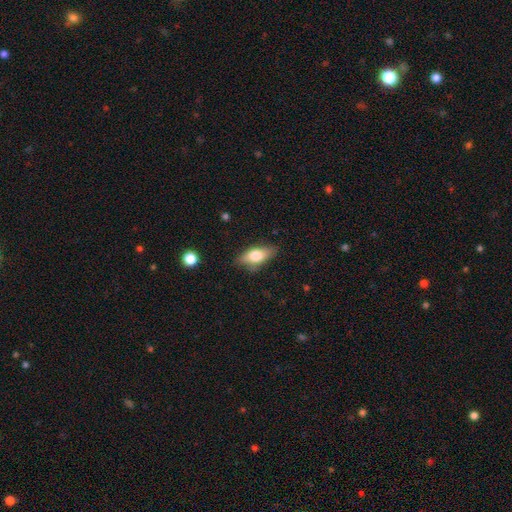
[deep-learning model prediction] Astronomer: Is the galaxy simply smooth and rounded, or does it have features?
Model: smooth — 70%.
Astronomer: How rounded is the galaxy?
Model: in between — 81%.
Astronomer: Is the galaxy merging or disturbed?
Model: none — 77%.